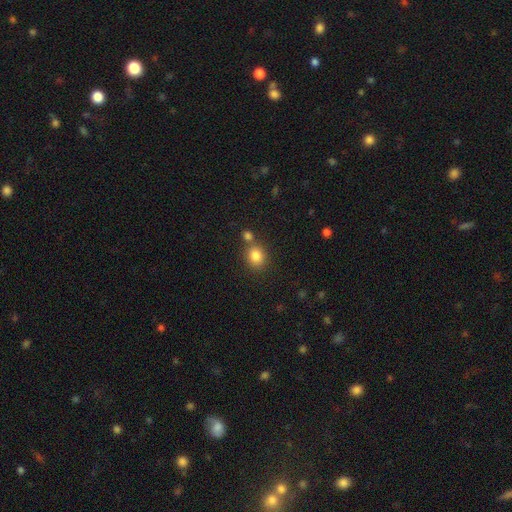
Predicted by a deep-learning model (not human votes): smooth_or_featured: smooth (p=0.83) [alt: star or artifact p=0.11]
how_rounded: round (p=0.70) [alt: in between p=0.29]
merging: none (p=0.66) [alt: merger p=0.21]